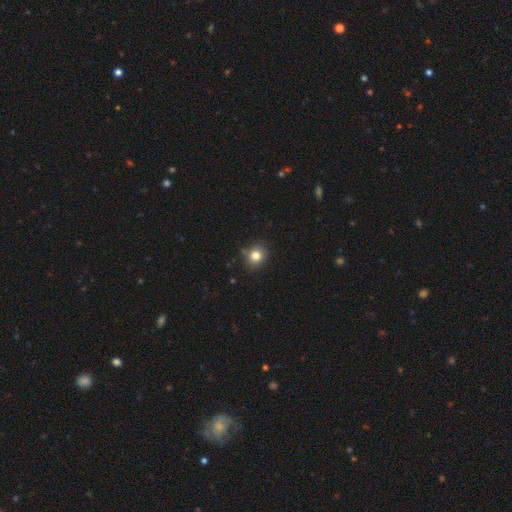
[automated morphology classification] Smooth or featured?
  - smooth: 81% *
  - star or artifact: 12%
  - featured or disk: 7%
How rounded?
  - round: 84% *
  - in between: 15%
  - cigar-shaped: 1%
Merging?
  - none: 85% *
  - minor disturbance: 11%
  - merger: 3%
  - major disturbance: 2%